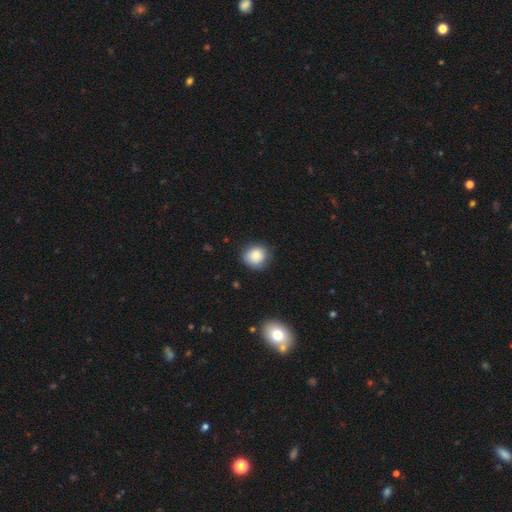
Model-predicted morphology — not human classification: Smooth or featured? smooth (83%)
How rounded? round (84%)
Merging? none (79%)